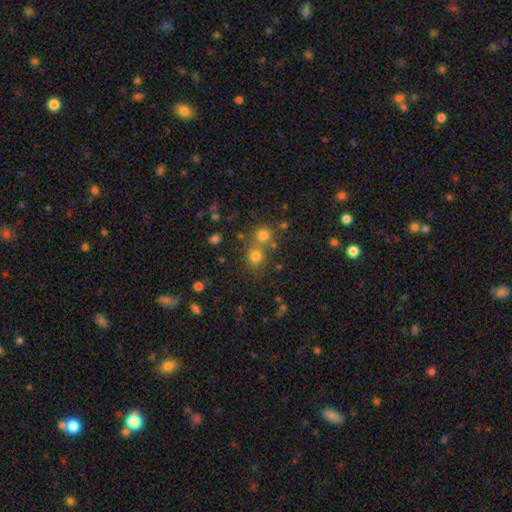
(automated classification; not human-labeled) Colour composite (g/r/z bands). It shows a smooth galaxy with no disk features (68%) that is round (87%). Merging: none (59%).